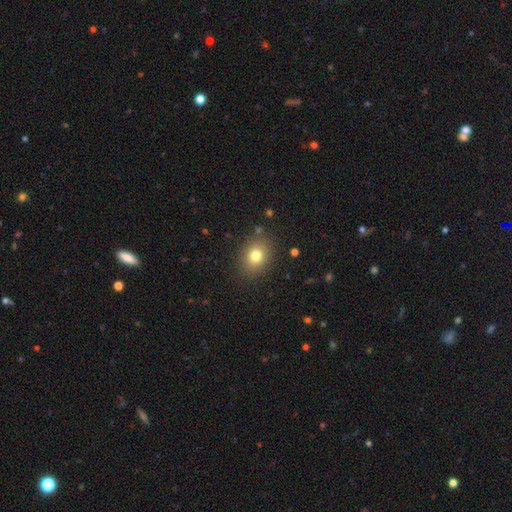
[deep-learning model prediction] The model was most divided on "how rounded": in between: 51%, round: 48%, cigar-shaped: 1%. More confident: merging — none (86%); smooth or featured — smooth (78%).